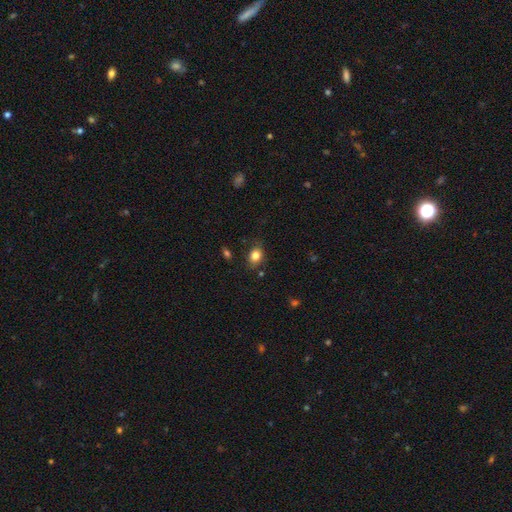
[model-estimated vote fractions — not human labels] Morphology: type=smooth (82%); roundness=in between (64%); merging=none (78%).